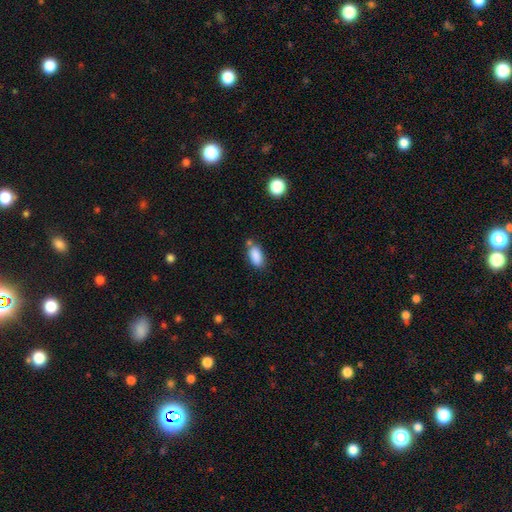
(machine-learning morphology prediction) The model was most divided on "merging": none: 69%, minor disturbance: 17%, merger: 10%, major disturbance: 4%. More confident: how rounded — in between (90%); smooth or featured — smooth (87%).